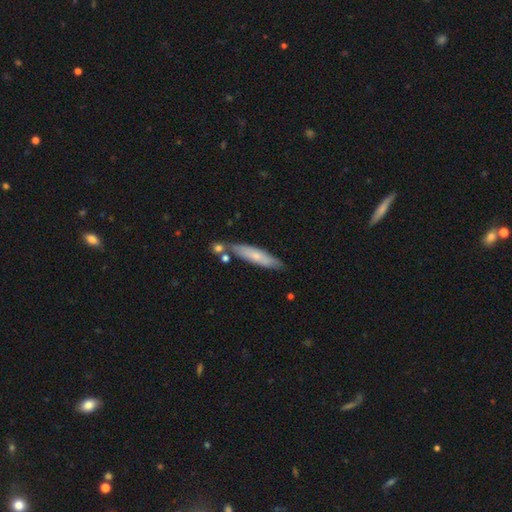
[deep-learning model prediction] Morphology: type=smooth (61%); roundness=cigar-shaped (80%); merging=none (72%).